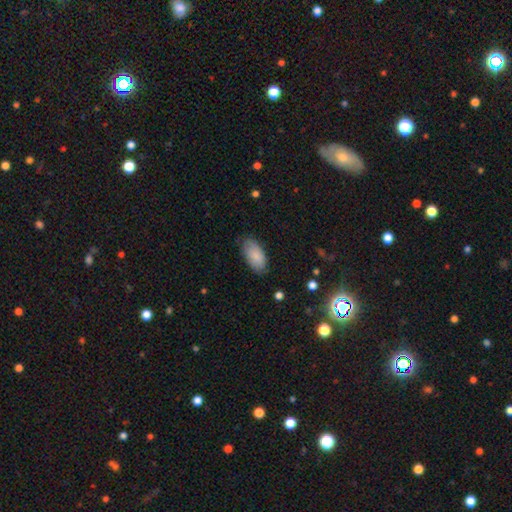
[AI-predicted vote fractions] A smooth galaxy with no disk features (84%) that is in between round and cigar-shaped (94%). Merging: none (78%).